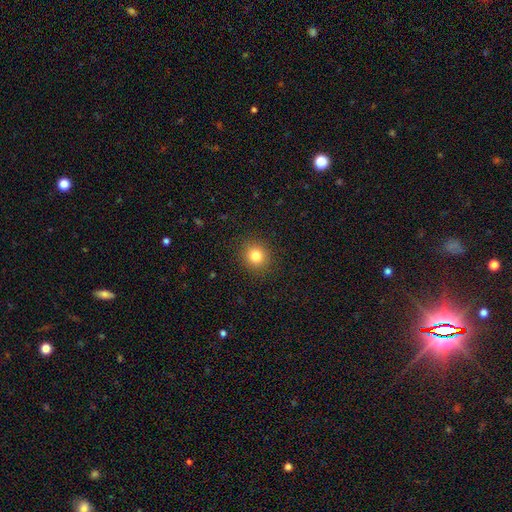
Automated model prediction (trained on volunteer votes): Overall: smooth (81%). How rounded: round (87%). Merging: none (91%).